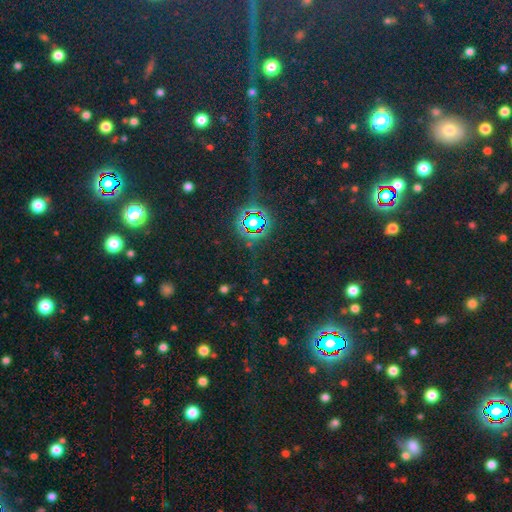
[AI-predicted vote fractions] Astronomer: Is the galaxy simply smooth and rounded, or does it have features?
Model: star or artifact — 80%.